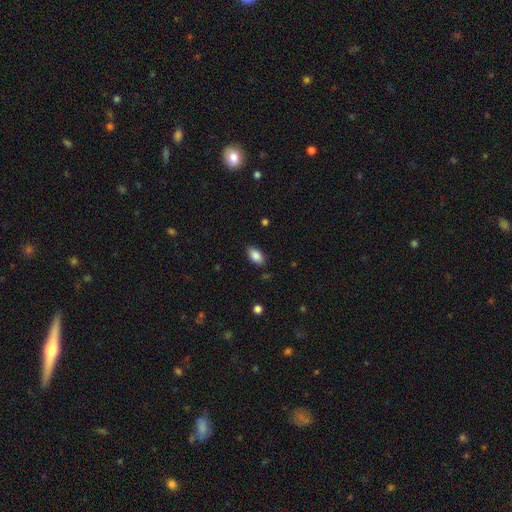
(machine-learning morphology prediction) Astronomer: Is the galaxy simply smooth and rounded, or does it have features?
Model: smooth — 87%.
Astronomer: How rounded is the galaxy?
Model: in between — 93%.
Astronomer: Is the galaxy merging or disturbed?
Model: none — 86%.